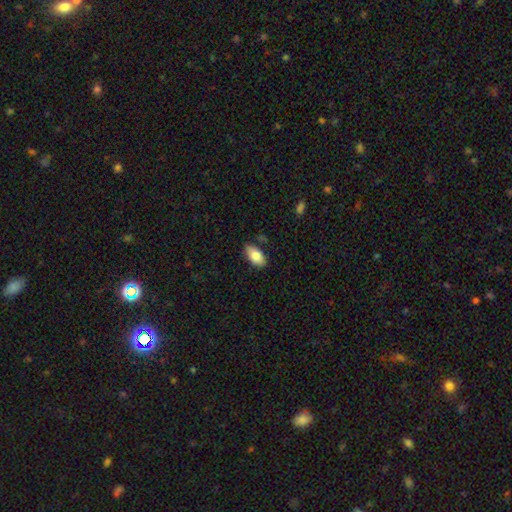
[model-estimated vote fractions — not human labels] smooth 83%, featured or disk 10%, star or artifact 7%. Down the decision tree: how rounded — in between (93%); merging — none (82%).